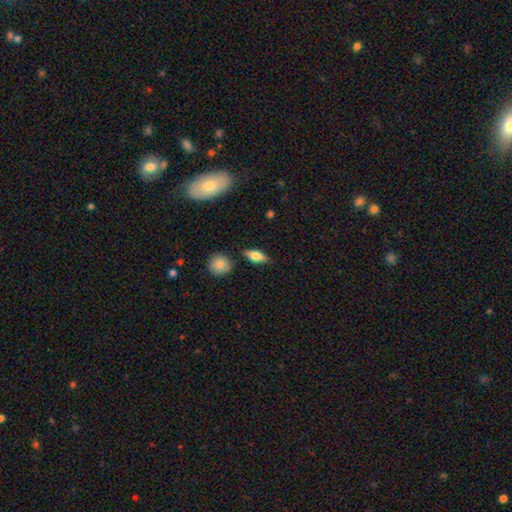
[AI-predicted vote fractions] Smooth or featured? Predicted: smooth (p=0.66). How rounded? Predicted: in between (p=0.75). Merging? Predicted: none (p=0.83).